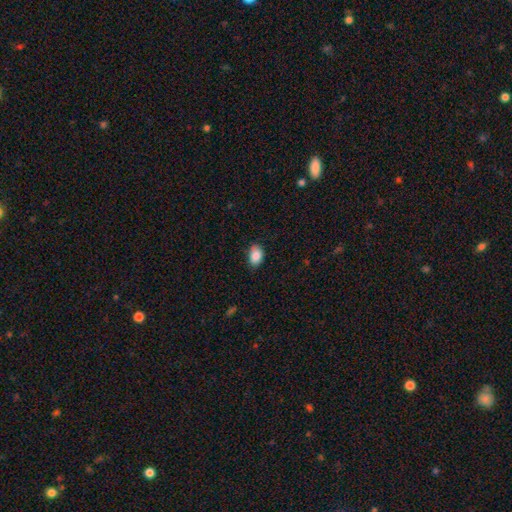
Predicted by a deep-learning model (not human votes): The model was most divided on "merging": none: 77%, minor disturbance: 19%, major disturbance: 3%, merger: 1%. More confident: smooth or featured — smooth (87%); how rounded — in between (85%).